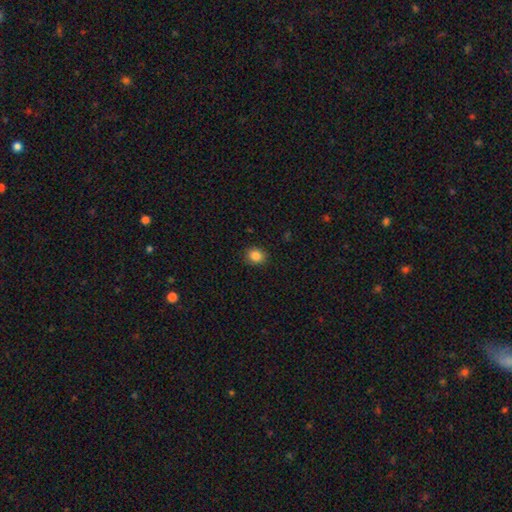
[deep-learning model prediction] This appears to be a smooth galaxy with no disk features (85%) that is round (68%). Merging: none (90%).